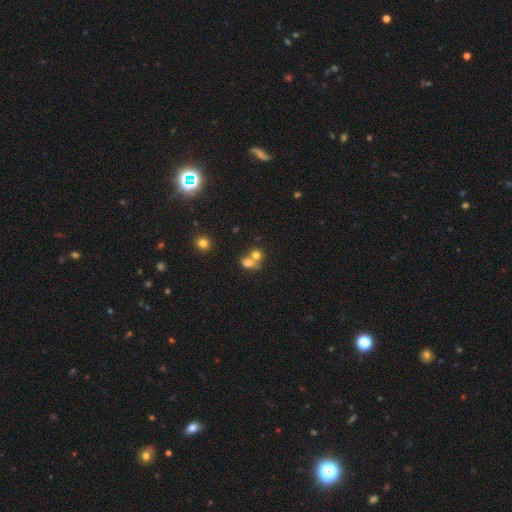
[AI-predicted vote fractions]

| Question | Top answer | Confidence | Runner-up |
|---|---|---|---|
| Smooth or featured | smooth | 73% | featured or disk (14%) |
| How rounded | round | 70% | in between (29%) |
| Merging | merger | 61% | none (30%) |